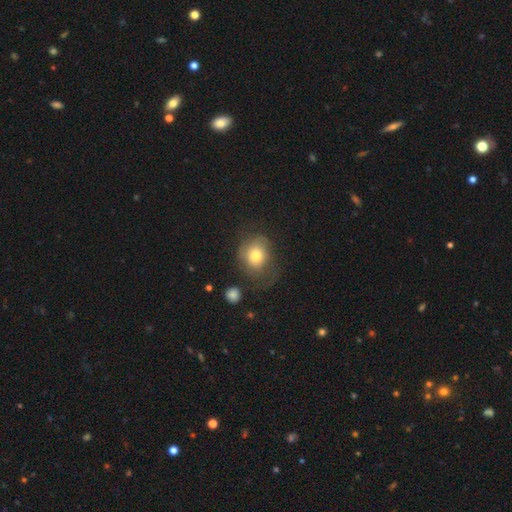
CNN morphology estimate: type=smooth (68%); roundness=round (60%); merging=none (44%).